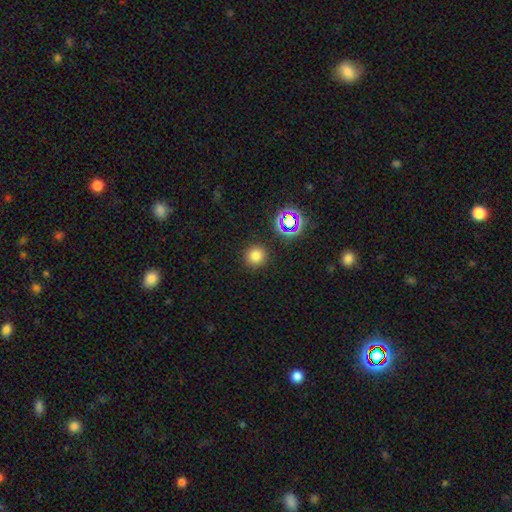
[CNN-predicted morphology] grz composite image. It shows a smooth galaxy with no disk features (75%) that is round (94%). Merging: none (90%).